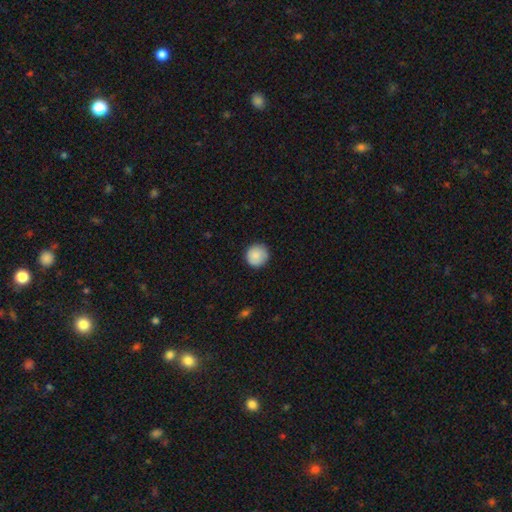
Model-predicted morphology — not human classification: The model was most divided on "merging": none: 87%, minor disturbance: 10%, major disturbance: 2%, merger: 1%. More confident: how rounded — round (94%); smooth or featured — smooth (85%).